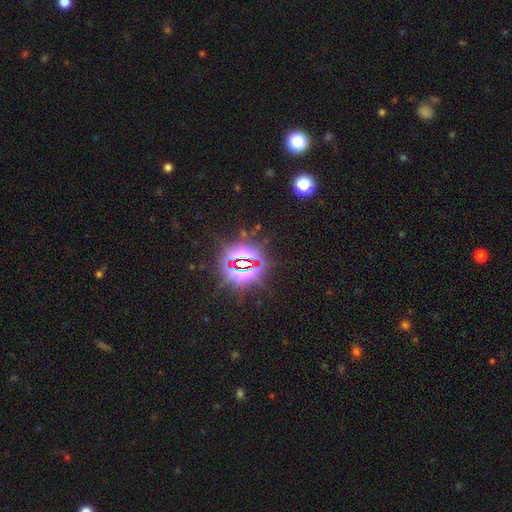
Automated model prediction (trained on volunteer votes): Q: Smooth or featured?
A: star or artifact (80%); runner-up: smooth (12%)